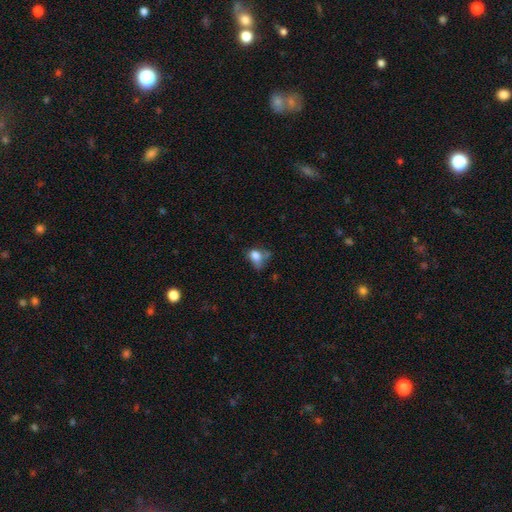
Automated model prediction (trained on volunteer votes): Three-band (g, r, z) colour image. It shows a smooth galaxy with no disk features (76%) that is in between round and cigar-shaped (68%). Merging: minor disturbance (33%).